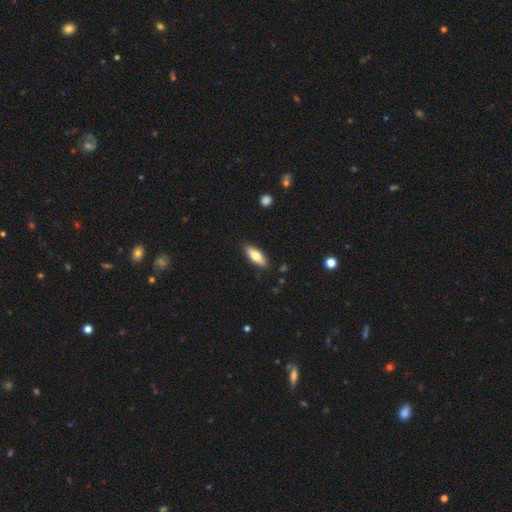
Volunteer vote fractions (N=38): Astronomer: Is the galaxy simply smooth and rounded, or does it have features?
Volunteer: smooth — 66%.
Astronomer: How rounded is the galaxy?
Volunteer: in between — 68%.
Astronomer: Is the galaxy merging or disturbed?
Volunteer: none — 100%.